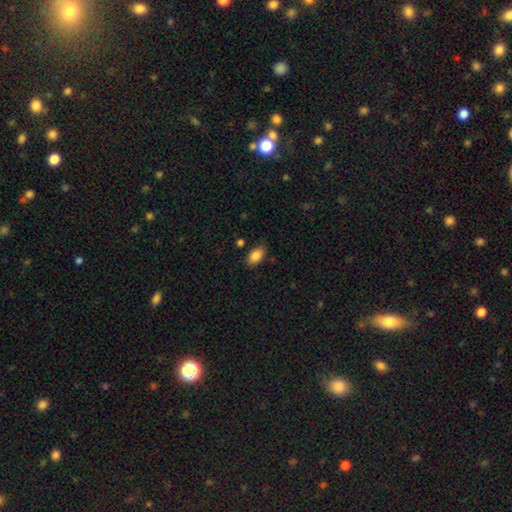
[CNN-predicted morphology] Q: Smooth or featured?
A: smooth (87%); runner-up: star or artifact (8%)
Q: How rounded?
A: in between (91%); runner-up: round (7%)
Q: Merging?
A: none (77%); runner-up: minor disturbance (18%)